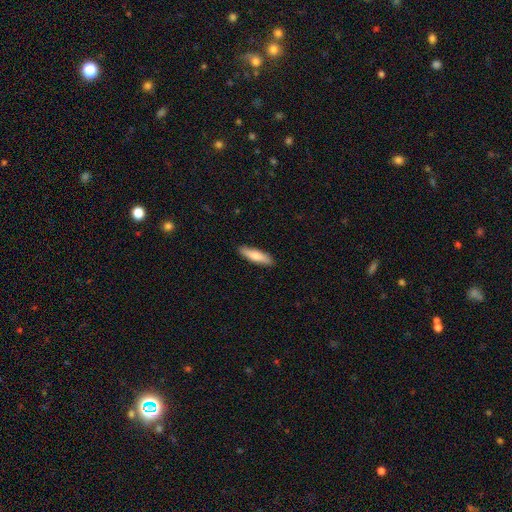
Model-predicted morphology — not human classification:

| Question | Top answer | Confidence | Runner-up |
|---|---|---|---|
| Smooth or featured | smooth | 76% | featured or disk (19%) |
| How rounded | cigar-shaped | 71% | in between (28%) |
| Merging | none | 89% | minor disturbance (9%) |